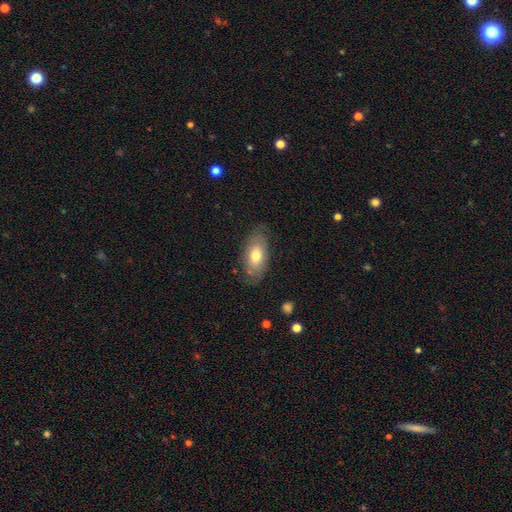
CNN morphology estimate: Smooth or featured? Predicted: smooth (p=0.67). How rounded? Predicted: in between (p=0.90). Merging? Predicted: none (p=0.77).